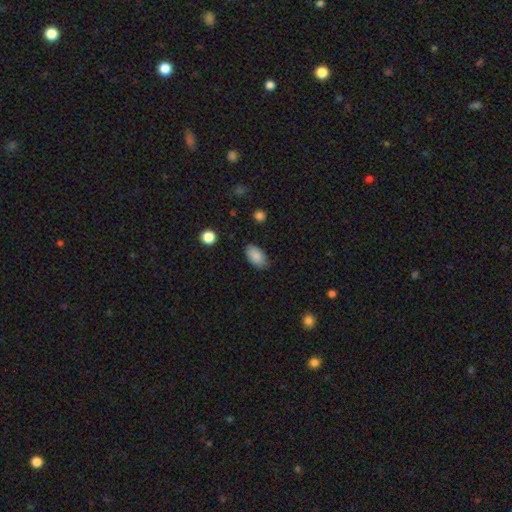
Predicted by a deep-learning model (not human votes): The model was most divided on "merging": none: 81%, minor disturbance: 15%, major disturbance: 3%, merger: 1%. More confident: how rounded — in between (94%); smooth or featured — smooth (87%).